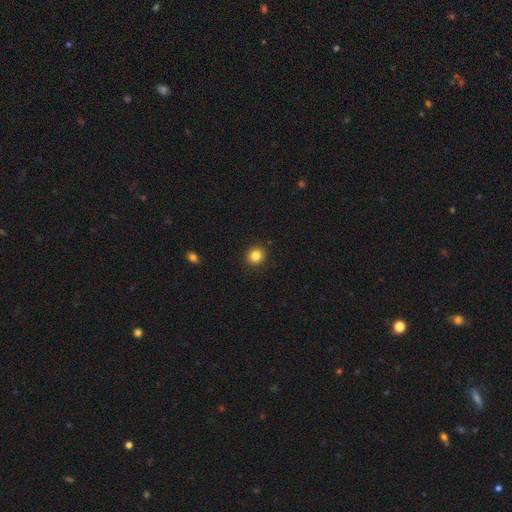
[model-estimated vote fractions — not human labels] Overall: smooth (84%). How rounded: round (89%). Merging: none (92%).